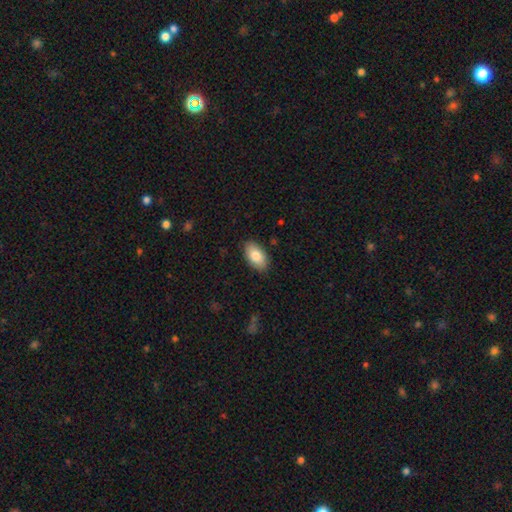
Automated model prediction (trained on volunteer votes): smooth-or-featured: smooth: 83% | featured or disk: 10% | star or artifact: 6%
  how-rounded: in between: 94% | round: 4% | cigar-shaped: 2%
  merging: none: 87% | minor disturbance: 10% | major disturbance: 2% | merger: 1%